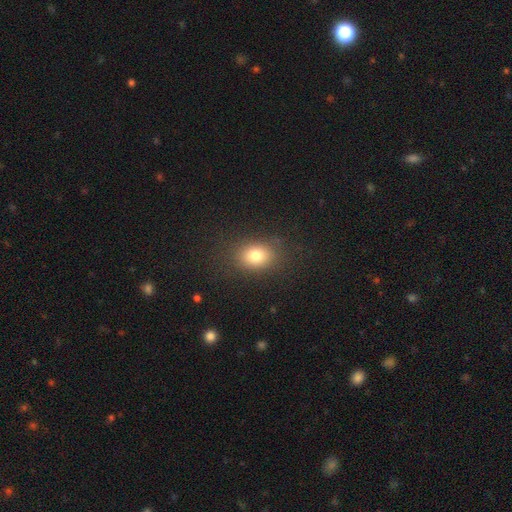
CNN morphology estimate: A smooth galaxy with no disk features (79%) that is in between round and cigar-shaped (62%).

Vote fractions:
- Smooth or featured? smooth: 79% / star or artifact: 12% / featured or disk: 9%
- How rounded? in between: 62% / round: 37% / cigar-shaped: 1%
- Merging? none: 84% / minor disturbance: 10% / major disturbance: 5% / merger: 1%